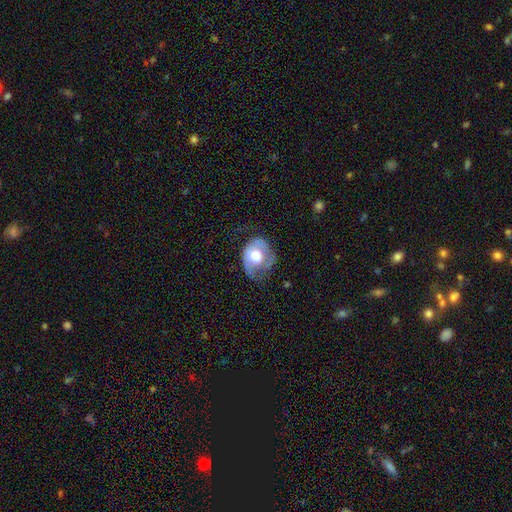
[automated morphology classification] Smooth or featured? Predicted: featured or disk (p=0.52). Edge-on disk? Predicted: no (p=0.96). Bar? Predicted: no (p=0.82). Spiral arms? Predicted: yes (p=0.59). Bulge size? Predicted: moderate (p=0.50). Merging? Predicted: none (p=0.38).